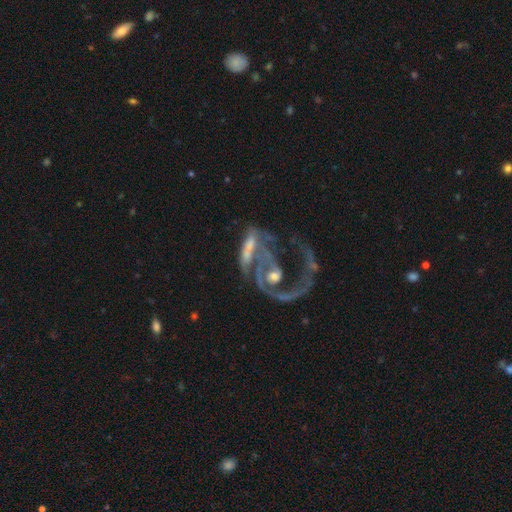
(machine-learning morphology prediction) Q: Smooth or featured?
A: featured or disk (77%); runner-up: star or artifact (11%)
Q: Edge-on disk?
A: no (95%); runner-up: yes (5%)
Q: Bar?
A: no (52%); runner-up: weak (29%)
Q: Spiral arms?
A: yes (64%); runner-up: no (36%)
Q: Bulge size?
A: small (38%); runner-up: moderate (36%)
Q: Merging?
A: merger (46%); runner-up: major disturbance (29%)